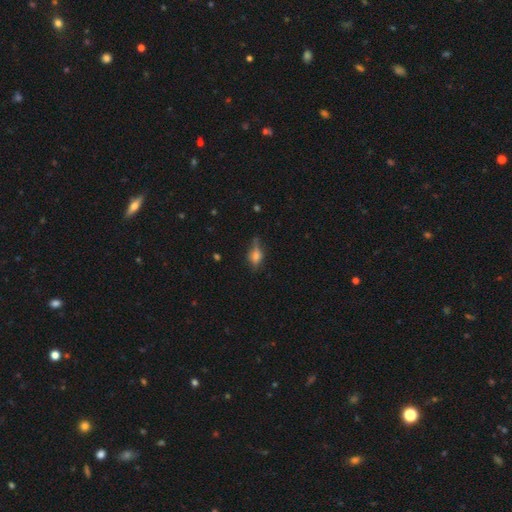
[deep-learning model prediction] A smooth galaxy with no disk features (53%) that is in between round and cigar-shaped (72%). Merging: none (57%).